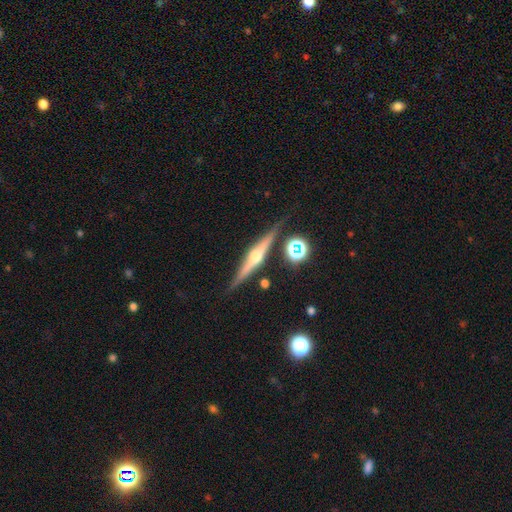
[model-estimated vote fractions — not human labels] Q: Smooth or featured?
A: featured or disk (78%); runner-up: smooth (14%)
Q: Edge-on disk?
A: yes (98%); runner-up: no (2%)
Q: Edge-on bulge?
A: rounded (94%); runner-up: boxy (4%)
Q: Merging?
A: none (86%); runner-up: minor disturbance (9%)